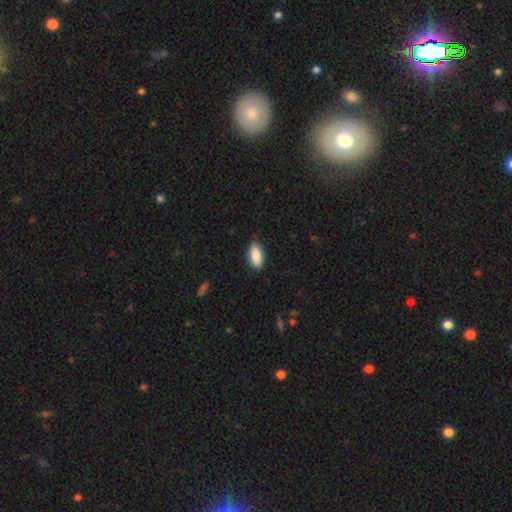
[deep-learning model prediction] Smooth or featured? Predicted: smooth (p=0.89). How rounded? Predicted: in between (p=0.87). Merging? Predicted: none (p=0.85).